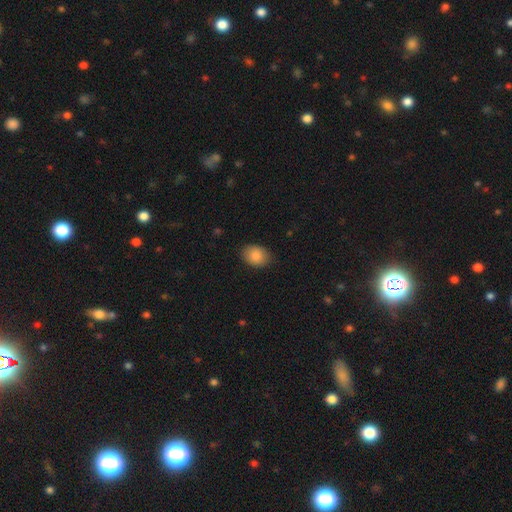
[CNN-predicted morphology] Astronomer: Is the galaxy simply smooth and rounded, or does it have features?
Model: smooth — 86%.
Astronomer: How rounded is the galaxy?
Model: in between — 70%.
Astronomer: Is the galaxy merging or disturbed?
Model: none — 83%.